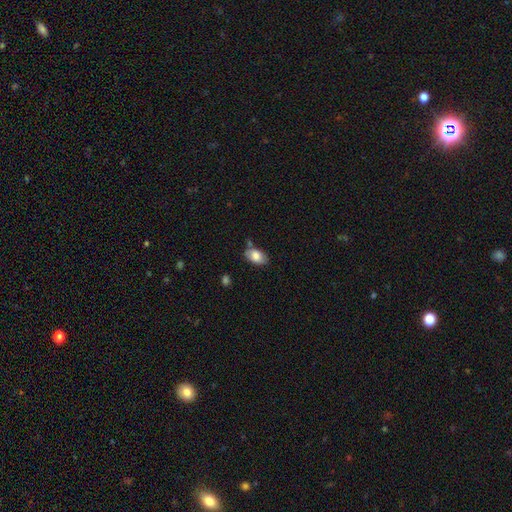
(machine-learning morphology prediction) Smooth or featured? Predicted: smooth (p=0.80). How rounded? Predicted: in between (p=0.92). Merging? Predicted: none (p=0.69).